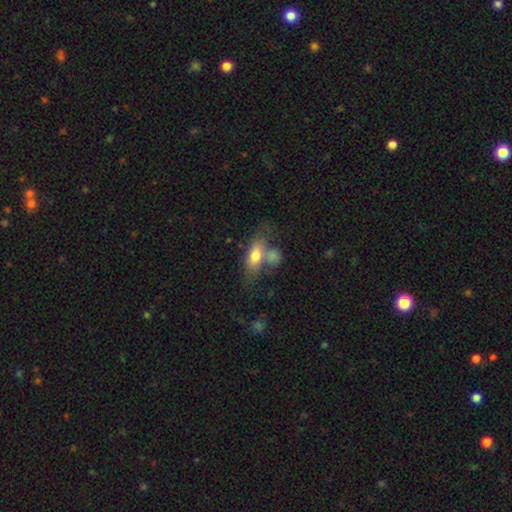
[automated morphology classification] type=smooth (71%); roundness=in between (79%); merging=merger (41%).